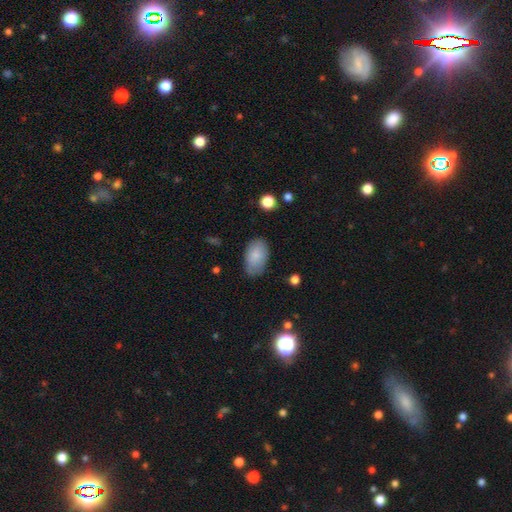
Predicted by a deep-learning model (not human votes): smooth_or_featured: smooth (p=0.84) [alt: featured or disk p=0.09]
how_rounded: in between (p=0.93) [alt: round p=0.05]
merging: none (p=0.74) [alt: minor disturbance p=0.20]